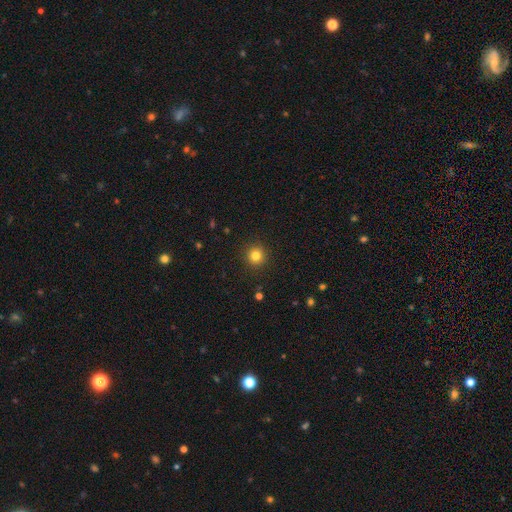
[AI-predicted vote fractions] smooth-or-featured: smooth: 82% | star or artifact: 13% | featured or disk: 5%
  how-rounded: round: 95% | in between: 5% | cigar-shaped: 1%
  merging: none: 92% | minor disturbance: 5% | major disturbance: 2% | merger: 1%